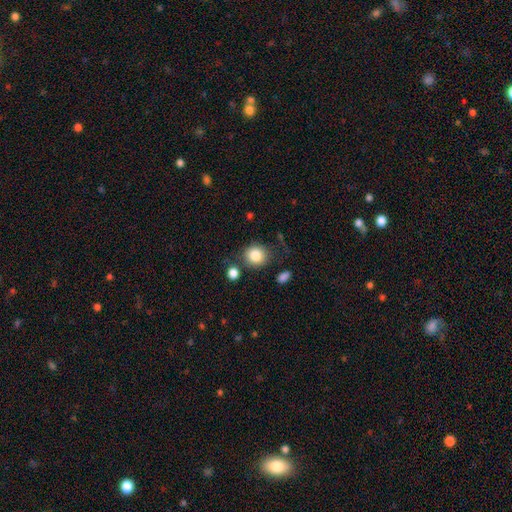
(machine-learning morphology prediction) This appears to be a smooth galaxy with no disk features (84%) that is round (83%). Merging: none (76%).